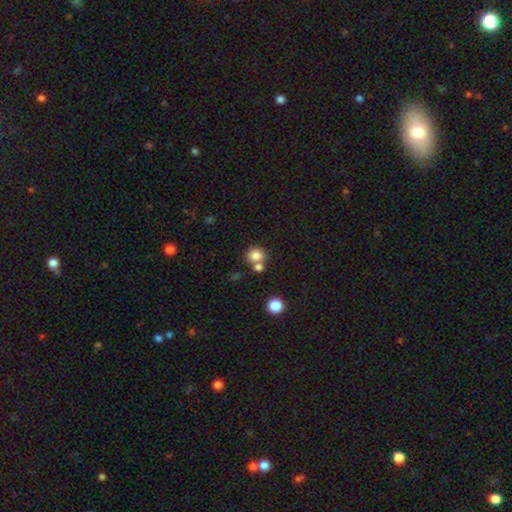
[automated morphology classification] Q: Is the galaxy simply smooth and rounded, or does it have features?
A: smooth — 81%.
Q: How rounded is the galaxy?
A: round — 84%.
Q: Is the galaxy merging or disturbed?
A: none — 58%.